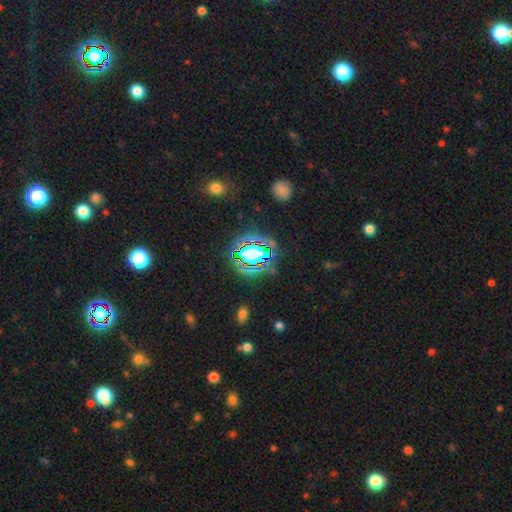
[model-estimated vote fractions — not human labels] Smooth or featured? star or artifact (62%)